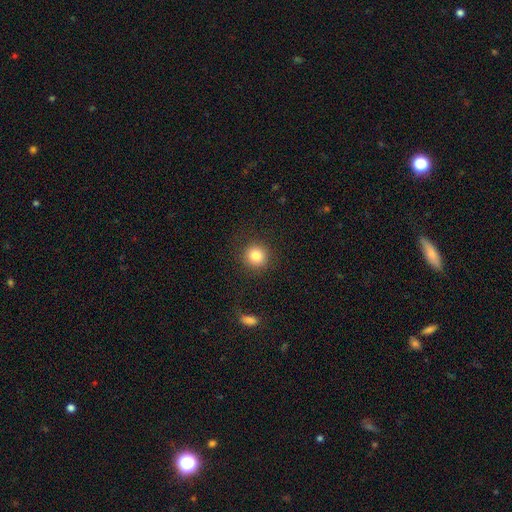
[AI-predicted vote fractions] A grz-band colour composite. It shows a smooth galaxy with no disk features (84%) that is round (92%). Merging: none (89%).